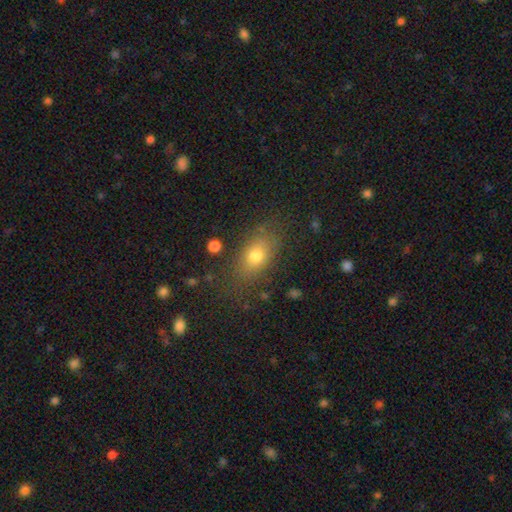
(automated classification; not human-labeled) A smooth galaxy with no disk features (75%) that is in between round and cigar-shaped (76%). Merging: none (77%).